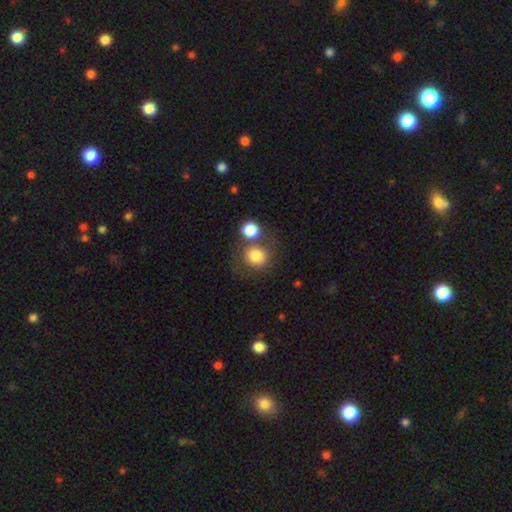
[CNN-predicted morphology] type=smooth (79%); roundness=round (78%); merging=none (52%).